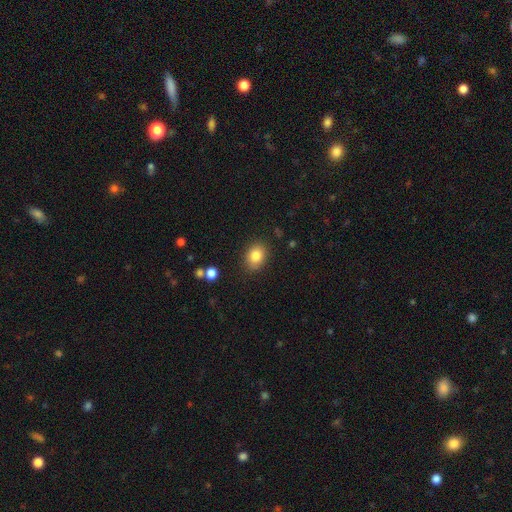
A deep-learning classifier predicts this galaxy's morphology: smooth-or-featured: smooth: 84% | star or artifact: 9% | featured or disk: 7%
  how-rounded: in between: 60% | round: 39% | cigar-shaped: 1%
  merging: none: 85% | minor disturbance: 11% | major disturbance: 3% | merger: 2%